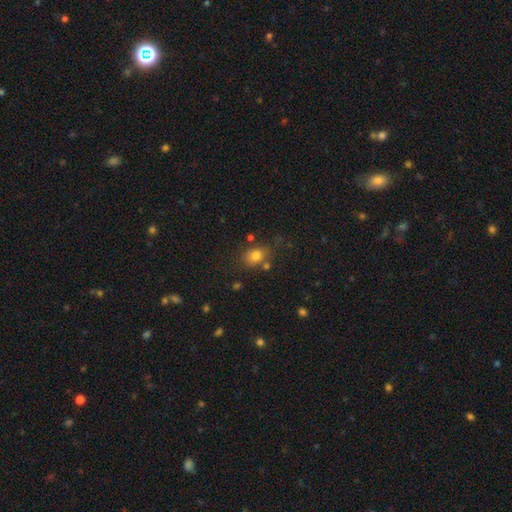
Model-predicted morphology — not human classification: smooth-or-featured: smooth: 79% | star or artifact: 11% | featured or disk: 10%
  how-rounded: in between: 60% | round: 39% | cigar-shaped: 1%
  merging: none: 62% | minor disturbance: 20% | merger: 10% | major disturbance: 8%